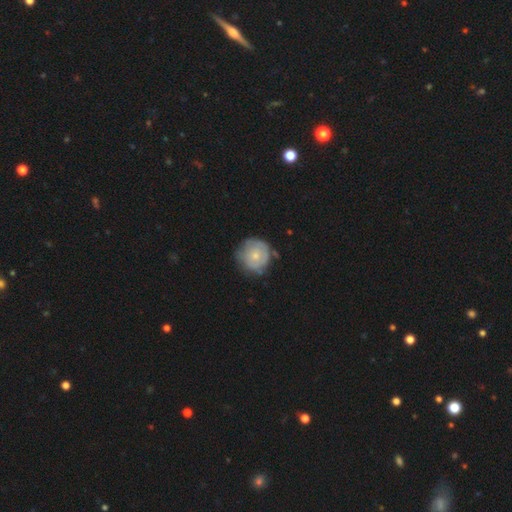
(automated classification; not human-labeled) The model was most divided on "smooth or featured": smooth: 59%, featured or disk: 35%, star or artifact: 6%. More confident: how rounded — round (91%); merging — none (65%).